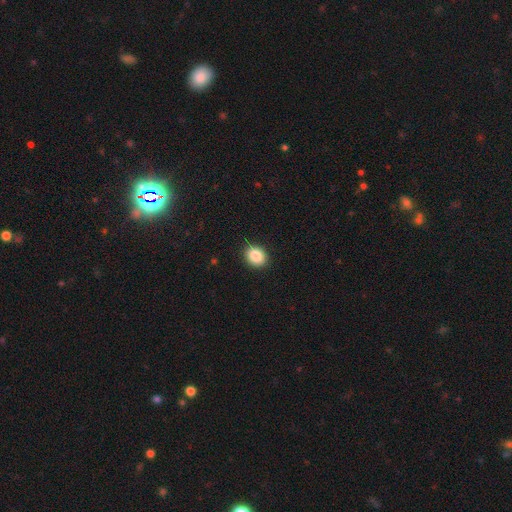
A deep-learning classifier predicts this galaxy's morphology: smooth-or-featured: smooth: 87% | star or artifact: 8% | featured or disk: 4%
  how-rounded: round: 54% | in between: 45% | cigar-shaped: 1%
  merging: none: 88% | minor disturbance: 9% | major disturbance: 2% | merger: 1%